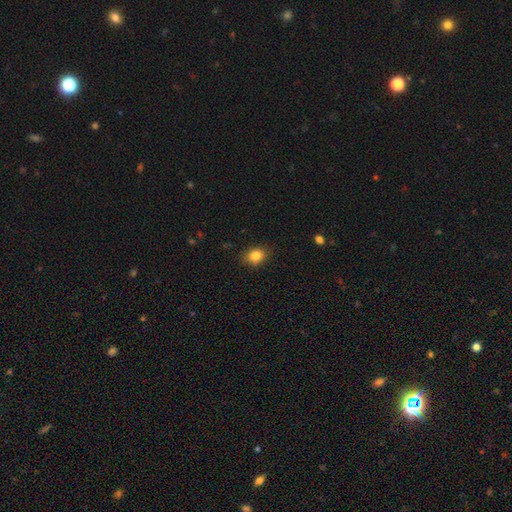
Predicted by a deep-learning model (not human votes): Smooth or featured? smooth (84%)
How rounded? in between (51%)
Merging? none (84%)